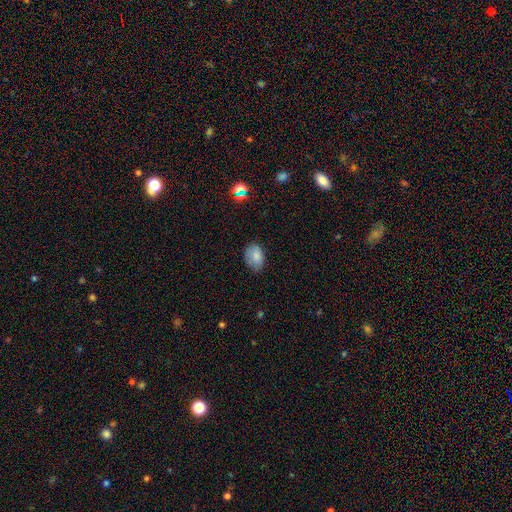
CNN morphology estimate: Smooth or featured: smooth — 81% (featured or disk — 10%)
How rounded: in between — 81% (round — 18%)
Merging: none — 66% (minor disturbance — 27%)